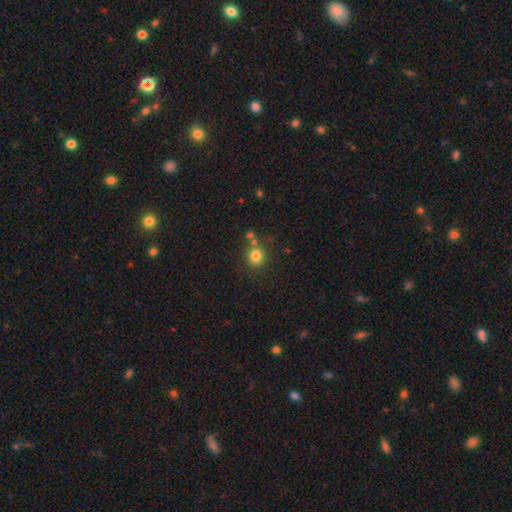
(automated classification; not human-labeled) Smooth or featured? smooth (81%)
How rounded? round (89%)
Merging? none (74%)